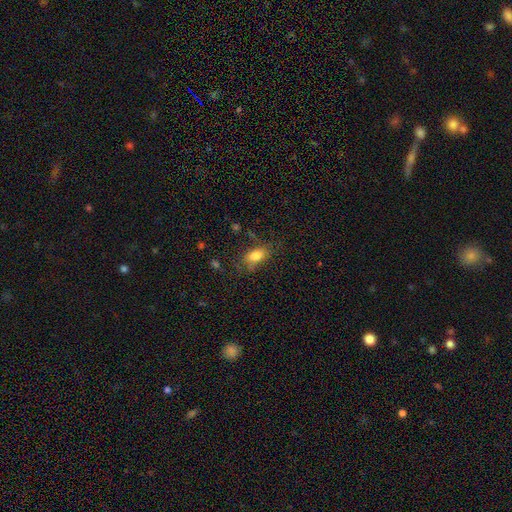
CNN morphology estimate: This is likely a smooth galaxy (79%). How rounded: clearly in between (85%). Merging: likely none (69%).